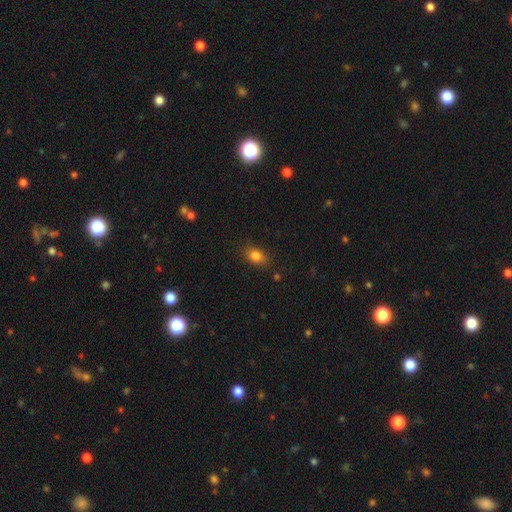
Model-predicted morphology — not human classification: type=smooth (83%); roundness=in between (76%); merging=none (83%).